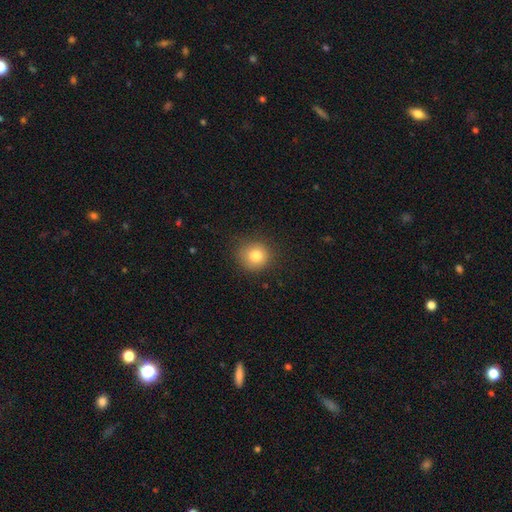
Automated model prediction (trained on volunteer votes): smooth_or_featured: smooth (p=0.81) [alt: star or artifact p=0.11]
how_rounded: round (p=0.88) [alt: in between p=0.11]
merging: none (p=0.84) [alt: minor disturbance p=0.12]